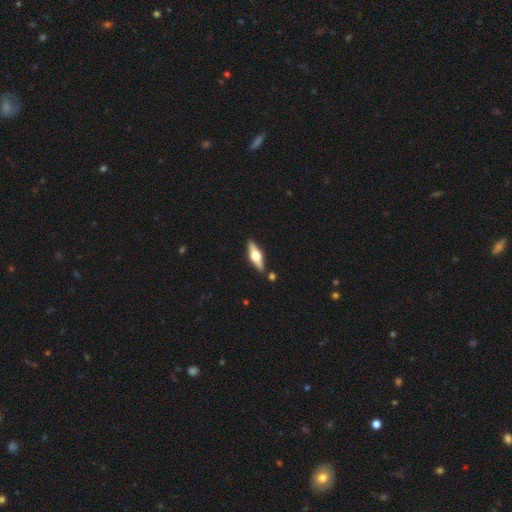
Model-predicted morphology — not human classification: Smooth or featured: featured or disk — 65% (smooth — 30%)
Edge-on disk: yes — 95% (no — 5%)
Edge-on bulge: rounded — 94% (boxy — 4%)
Merging: none — 87% (minor disturbance — 8%)